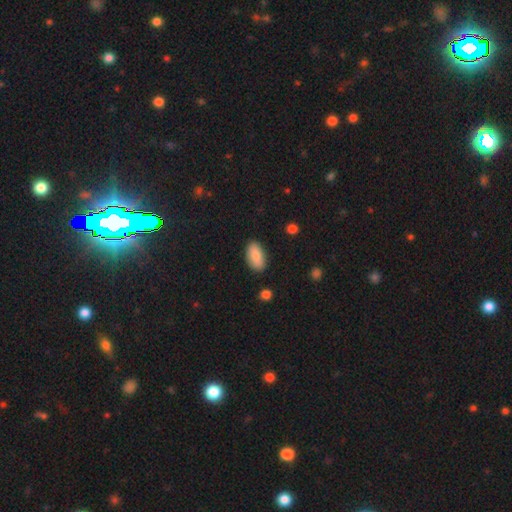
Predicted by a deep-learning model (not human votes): Q: Smooth or featured?
A: smooth (86%); runner-up: featured or disk (8%)
Q: How rounded?
A: in between (93%); runner-up: cigar-shaped (4%)
Q: Merging?
A: none (86%); runner-up: minor disturbance (10%)